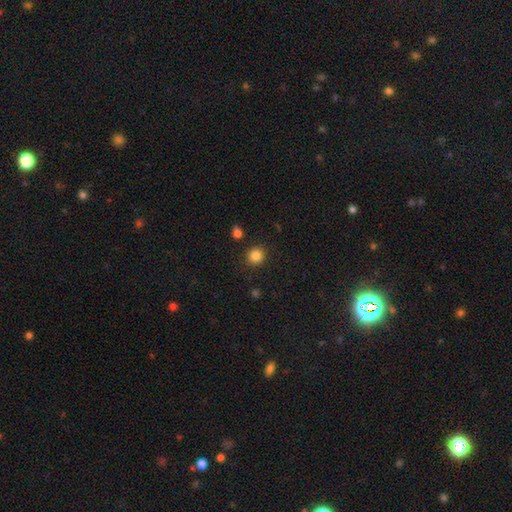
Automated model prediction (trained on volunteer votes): A smooth galaxy with no disk features (85%) that is round (91%). Merging: none (88%).